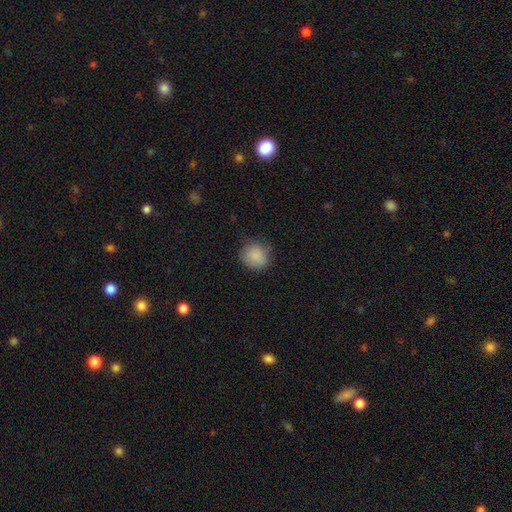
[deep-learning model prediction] smooth-or-featured: smooth: 86% | star or artifact: 8% | featured or disk: 6%
  how-rounded: round: 81% | in between: 18% | cigar-shaped: 1%
  merging: none: 72% | minor disturbance: 21% | major disturbance: 6% | merger: 1%